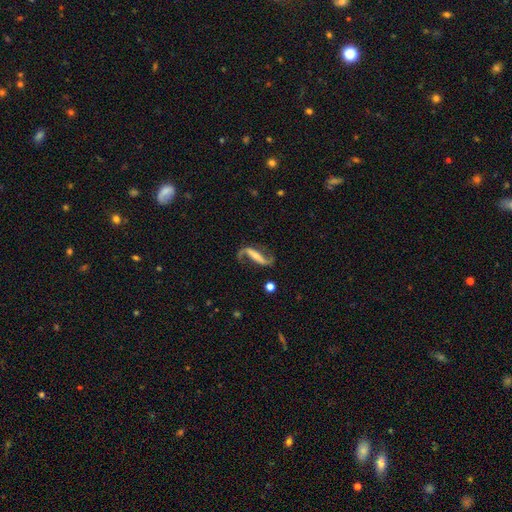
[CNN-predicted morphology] Overall: featured or disk (85%). Edge-on disk: no (89%). Bar: strong (59%; weak 23%). Spiral arms: yes (95%). Spiral arm count: 2 (88%). Spiral winding: loose (78%). Bulge size: small (49%; moderate 22%). Merging: none (68%).